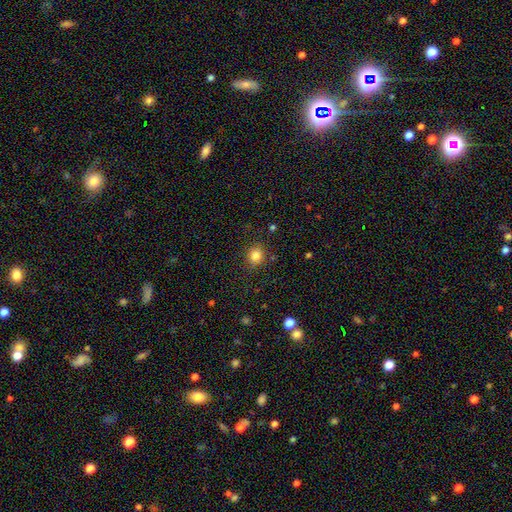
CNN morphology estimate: smooth 83%, star or artifact 12%, featured or disk 5%. Down the decision tree: how rounded — round (76%); merging — none (84%).